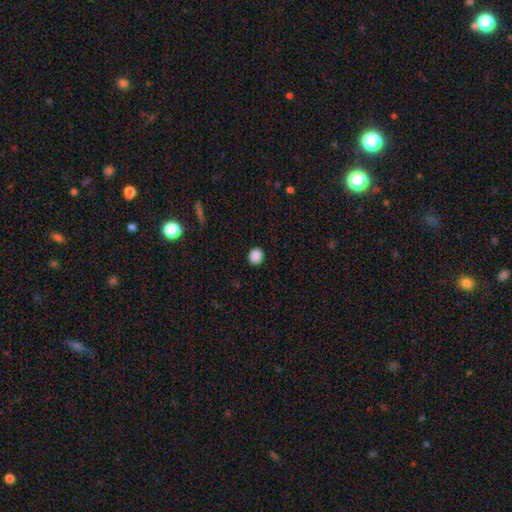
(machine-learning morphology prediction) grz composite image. It shows a smooth galaxy with no disk features (88%) that is round (85%). Merging: none (92%).